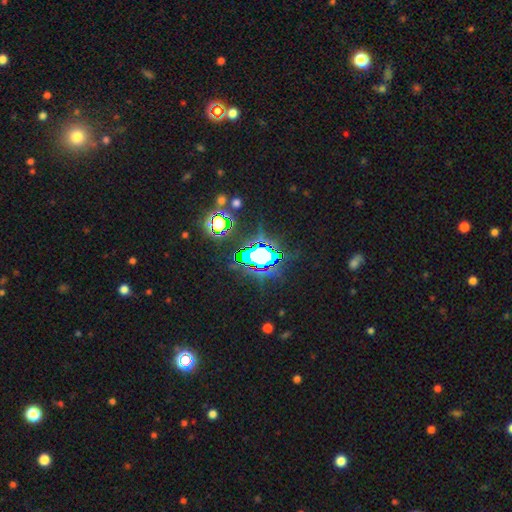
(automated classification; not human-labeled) Smooth or featured?
  - star or artifact: 79% *
  - smooth: 12%
  - featured or disk: 9%